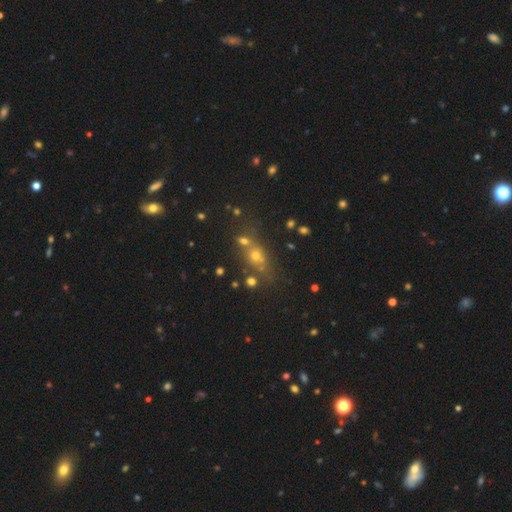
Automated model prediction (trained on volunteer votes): smooth 49%, star or artifact 32%, featured or disk 20%. Down the decision tree: merging — none (56%).